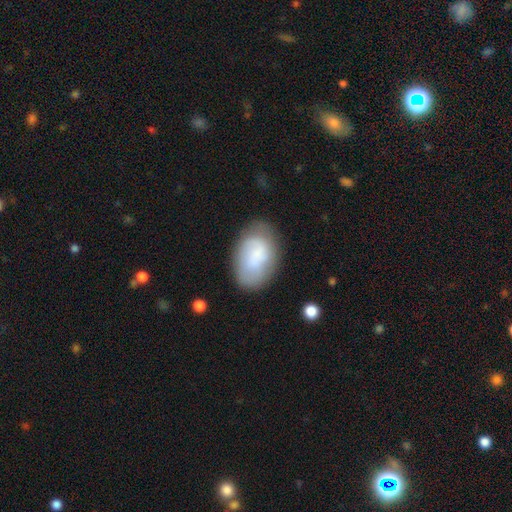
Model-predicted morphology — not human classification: type=smooth (68%); roundness=in between (89%); merging=none (66%).